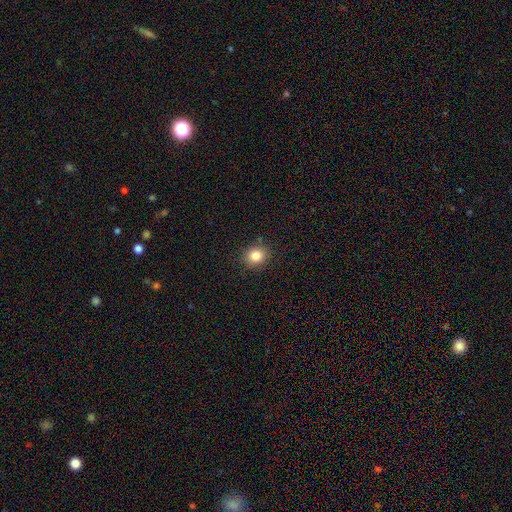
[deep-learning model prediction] This is clearly a smooth galaxy (83%). How rounded: likely round (75%). Merging: clearly none (88%).